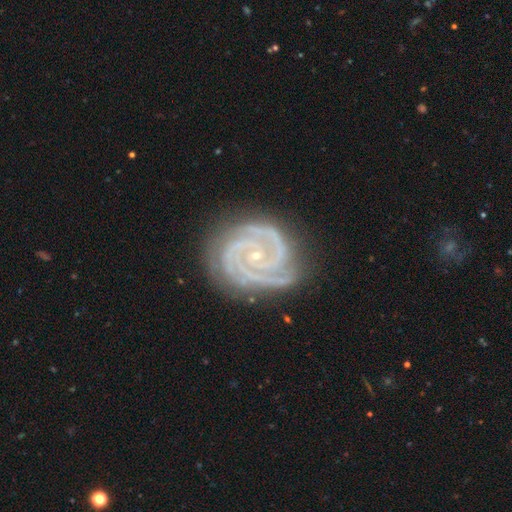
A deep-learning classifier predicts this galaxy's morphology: smooth-or-featured: featured or disk: 92% | star or artifact: 5% | smooth: 3%
  disk-edge-on: no: 98% | yes: 2%
    bar: no: 68% | weak: 21% | strong: 11%
    has-spiral-arms: yes: 99% | no: 1%
      spiral-winding: tight: 76% | medium: 22% | loose: 2%
      spiral-arm-count: 3: 43% | 2: 29% | 4: 11% | can't tell: 7% | more than 4: 5% | 1: 5%
    bulge-size: small: 85% | moderate: 12% | none: 2% | large: 1% | dominant: 1%
  merging: none: 77% | minor disturbance: 17% | major disturbance: 5% | merger: 1%